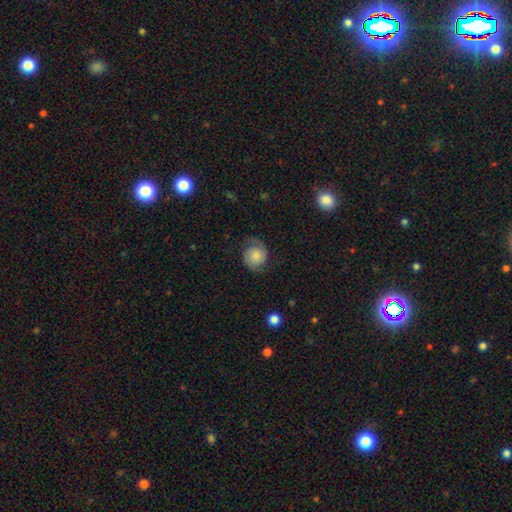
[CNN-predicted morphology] The model was most divided on "bulge size": moderate: 38%, small: 36%, none: 12%, large: 11%, dominant: 3%. Remaining: edge-on disk — no (98%); spiral arms — yes (94%); spiral arm count — 2 (88%); bar — no (75%); merging — none (71%); smooth or featured — featured or disk (62%); spiral winding — medium (42%).